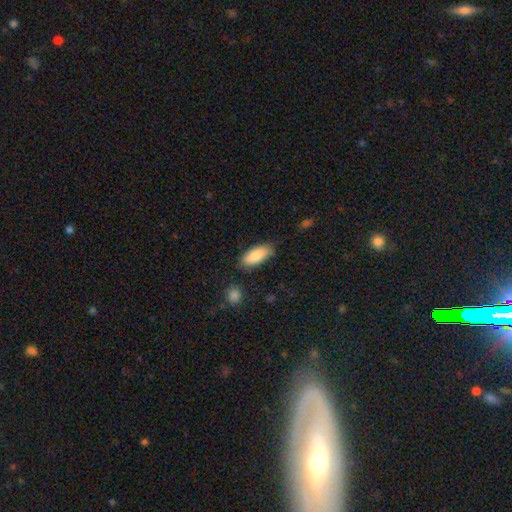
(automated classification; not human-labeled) smooth-or-featured: smooth: 86% | featured or disk: 9% | star or artifact: 6%
  how-rounded: in between: 86% | cigar-shaped: 13% | round: 2%
  merging: none: 79% | minor disturbance: 15% | major disturbance: 3% | merger: 3%